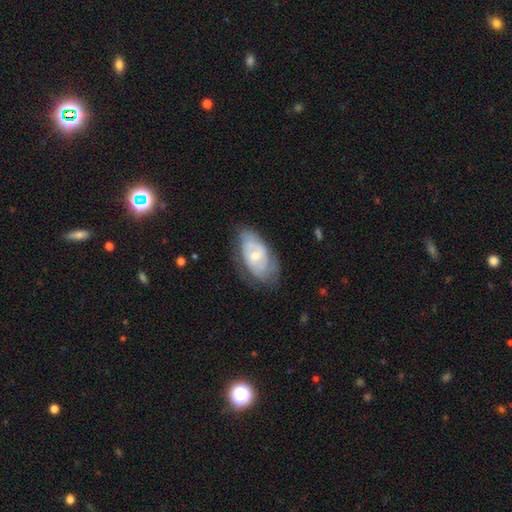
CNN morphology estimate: smooth_or_featured: featured or disk (p=0.58) [alt: smooth p=0.35]
disk_edge_on: no (p=0.93) [alt: yes p=0.07]
bar: no (p=0.69) [alt: weak p=0.26]
has_spiral_arms: yes (p=0.67) [alt: no p=0.33]
bulge_size: small (p=0.55) [alt: moderate p=0.41]
merging: none (p=0.62) [alt: minor disturbance p=0.26]